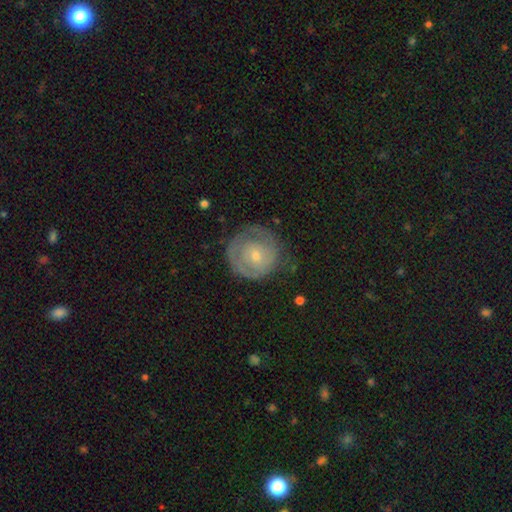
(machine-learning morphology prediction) smooth_or_featured: featured or disk (p=0.60) [alt: smooth p=0.34]
disk_edge_on: no (p=0.97) [alt: yes p=0.03]
bar: no (p=0.77) [alt: weak p=0.19]
has_spiral_arms: yes (p=0.66) [alt: no p=0.34]
bulge_size: small (p=0.64) [alt: moderate p=0.31]
merging: none (p=0.69) [alt: minor disturbance p=0.20]